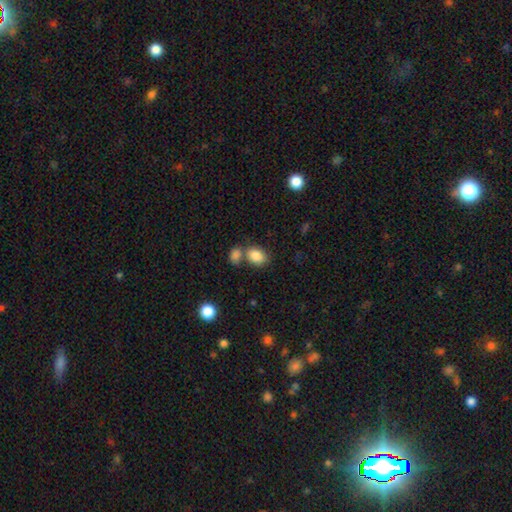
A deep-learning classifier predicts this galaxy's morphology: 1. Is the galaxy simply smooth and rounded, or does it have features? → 85% smooth, 8% star or artifact, 6% featured or disk.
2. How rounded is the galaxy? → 70% in between, 29% round, 1% cigar-shaped.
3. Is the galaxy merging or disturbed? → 46% none, 37% merger, 12% minor disturbance, 5% major disturbance.